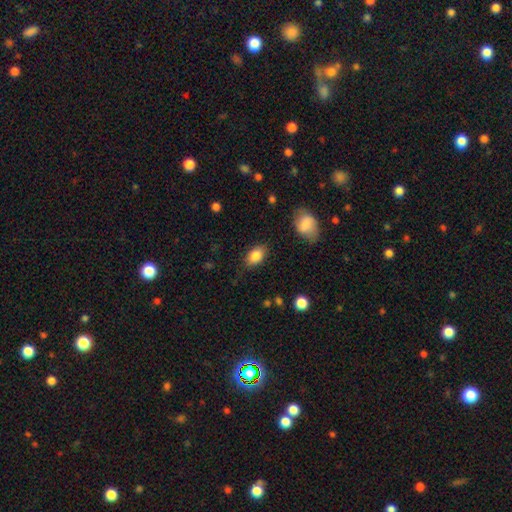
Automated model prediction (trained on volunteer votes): smooth-or-featured: smooth: 85% | star or artifact: 8% | featured or disk: 7%
  how-rounded: in between: 86% | round: 12% | cigar-shaped: 2%
  merging: none: 81% | minor disturbance: 14% | major disturbance: 4% | merger: 1%